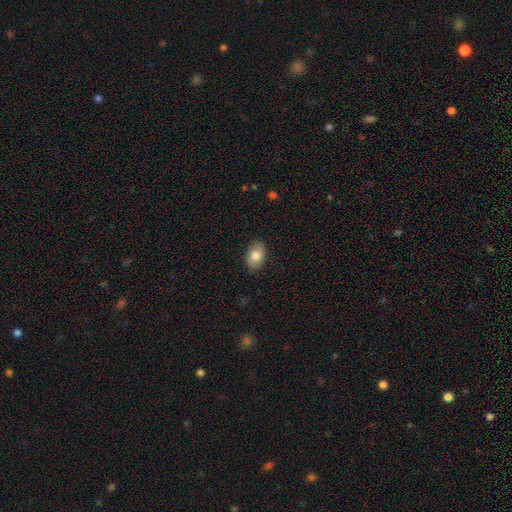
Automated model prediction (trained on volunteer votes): This is likely a smooth galaxy (79%). How rounded: clearly in between (87%). Merging: clearly none (88%).